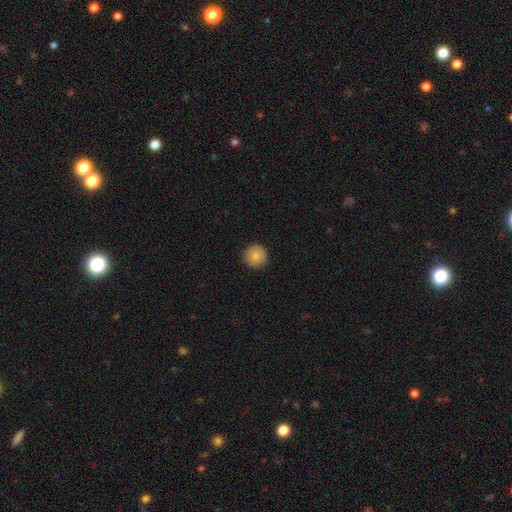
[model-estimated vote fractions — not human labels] This is clearly a smooth galaxy (85%). How rounded: clearly round (96%). Merging: clearly none (91%).